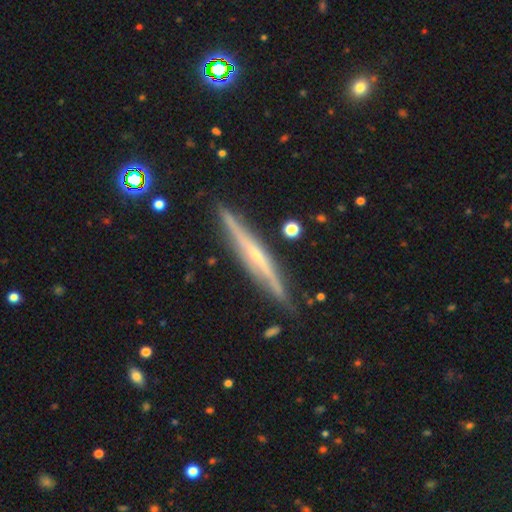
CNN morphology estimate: Overall: featured or disk (79%). Edge-on disk: yes (97%). Edge-on bulge: rounded (54%; none 39%). Merging: none (87%).